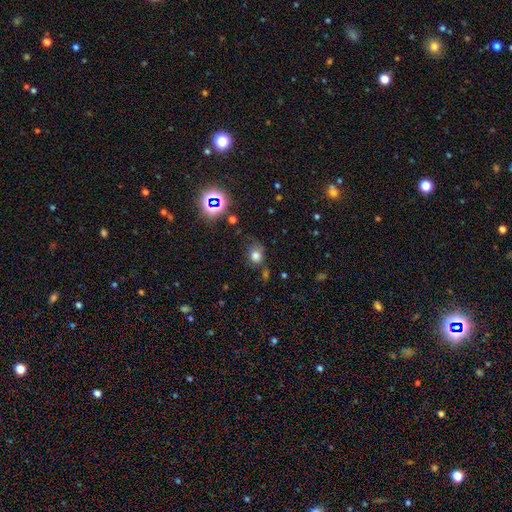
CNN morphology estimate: This appears to be a smooth galaxy with no disk features (75%) that is round (65%). Merging: none (61%).